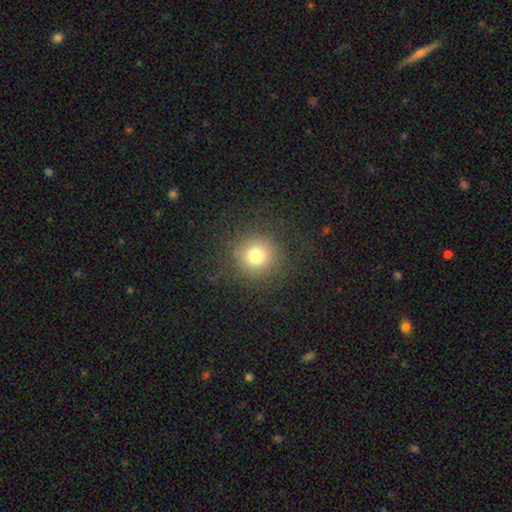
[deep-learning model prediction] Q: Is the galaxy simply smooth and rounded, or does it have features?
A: smooth — 75%.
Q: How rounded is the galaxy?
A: round — 94%.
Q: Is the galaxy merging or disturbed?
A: none — 84%.